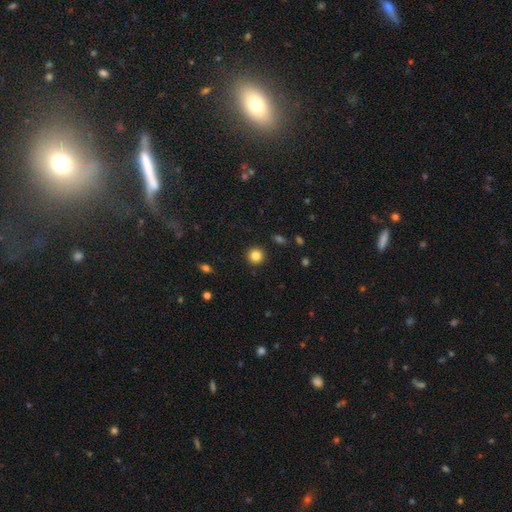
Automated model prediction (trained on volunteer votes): The model was most divided on "smooth or featured": smooth: 84%, star or artifact: 11%, featured or disk: 5%. More confident: how rounded — round (94%); merging — none (92%).